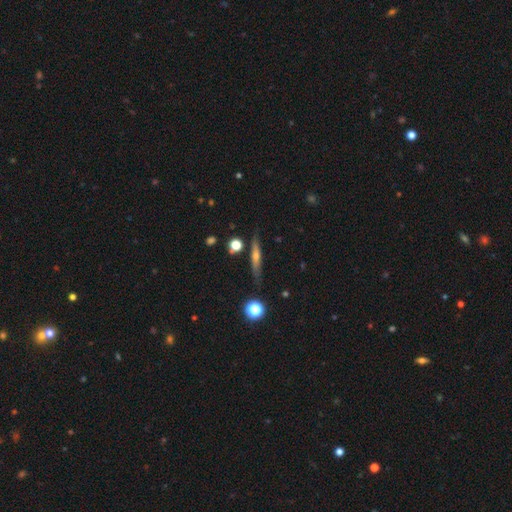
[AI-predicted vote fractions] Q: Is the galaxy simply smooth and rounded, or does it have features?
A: featured or disk — 53%.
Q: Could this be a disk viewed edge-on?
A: yes — 93%.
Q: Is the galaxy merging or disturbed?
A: none — 83%.